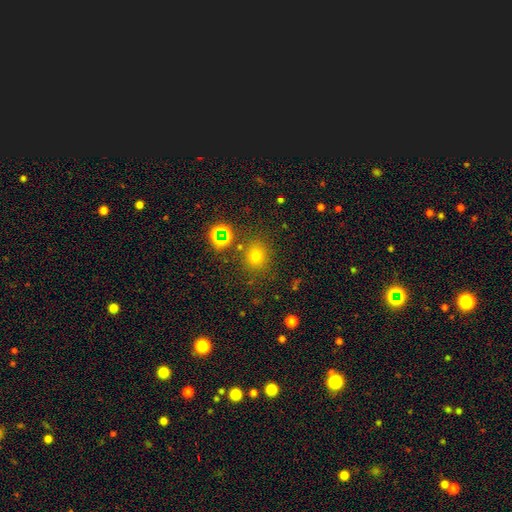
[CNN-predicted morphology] This appears to be a smooth galaxy with no disk features (68%) that is round (79%). Merging: none (79%).